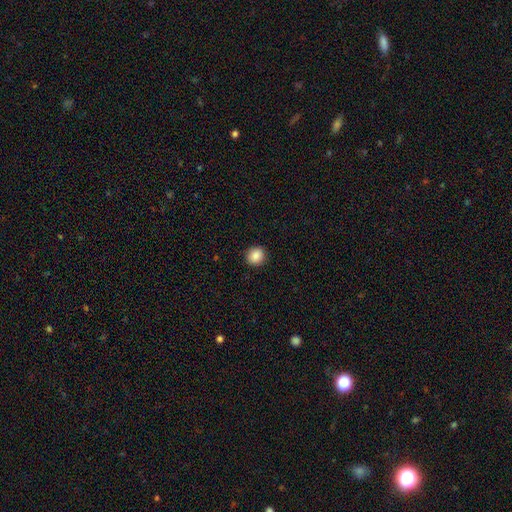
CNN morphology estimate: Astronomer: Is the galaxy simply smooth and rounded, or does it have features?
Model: smooth — 88%.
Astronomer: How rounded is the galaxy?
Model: round — 88%.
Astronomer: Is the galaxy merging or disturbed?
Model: none — 92%.